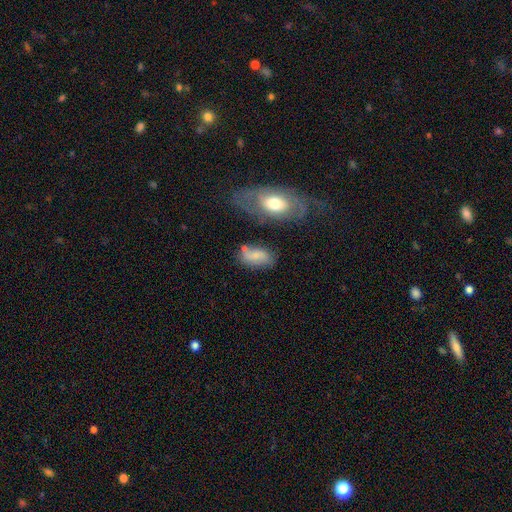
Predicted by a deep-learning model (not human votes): Smooth or featured: smooth — 63% (featured or disk — 28%)
How rounded: in between — 89% (cigar-shaped — 5%)
Merging: none — 59% (minor disturbance — 22%)